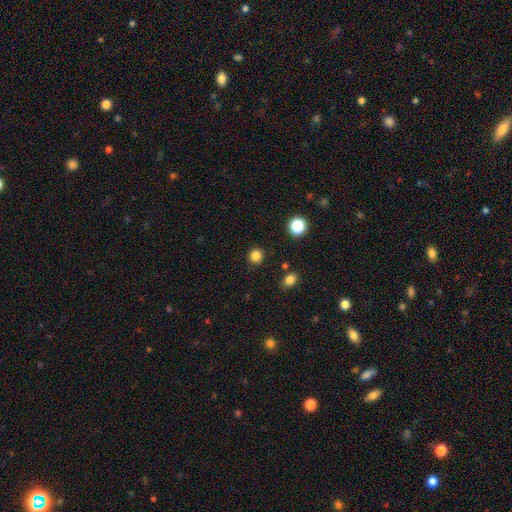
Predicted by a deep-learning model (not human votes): Smooth or featured?
  - smooth: 83% *
  - star or artifact: 13%
  - featured or disk: 4%
How rounded?
  - round: 93% *
  - in between: 6%
  - cigar-shaped: 1%
Merging?
  - none: 91% *
  - minor disturbance: 6%
  - major disturbance: 2%
  - merger: 2%